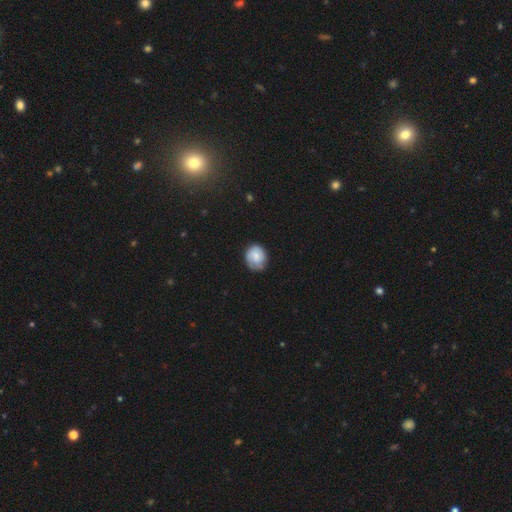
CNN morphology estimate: Smooth or featured: smooth — 69% (featured or disk — 24%)
How rounded: round — 71% (in between — 28%)
Merging: none — 69% (minor disturbance — 25%)